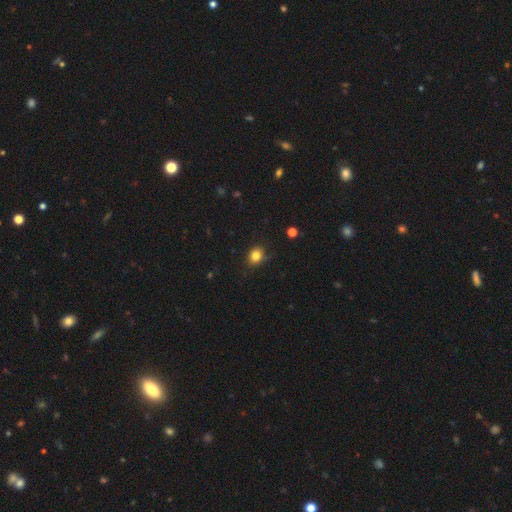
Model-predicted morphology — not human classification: smooth-or-featured: smooth: 81% | star or artifact: 12% | featured or disk: 6%
  how-rounded: round: 67% | in between: 32% | cigar-shaped: 1%
  merging: none: 78% | minor disturbance: 16% | major disturbance: 4% | merger: 1%